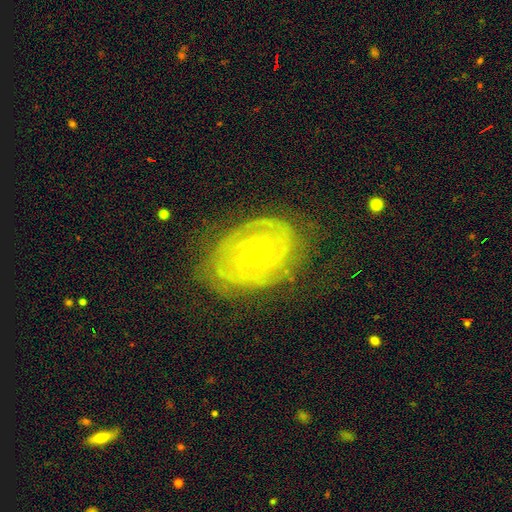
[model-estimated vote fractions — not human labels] smooth_or_featured: featured or disk (p=0.83) [alt: smooth p=0.10]
disk_edge_on: no (p=0.96) [alt: yes p=0.04]
bar: no (p=0.43) [alt: weak p=0.40]
has_spiral_arms: yes (p=0.92) [alt: no p=0.08]
spiral_winding: tight (p=0.82) [alt: medium p=0.15]
spiral_arm_count: can't tell (p=0.35) [alt: 2 p=0.33]
bulge_size: small (p=0.73) [alt: moderate p=0.24]
merging: none (p=0.76) [alt: minor disturbance p=0.17]